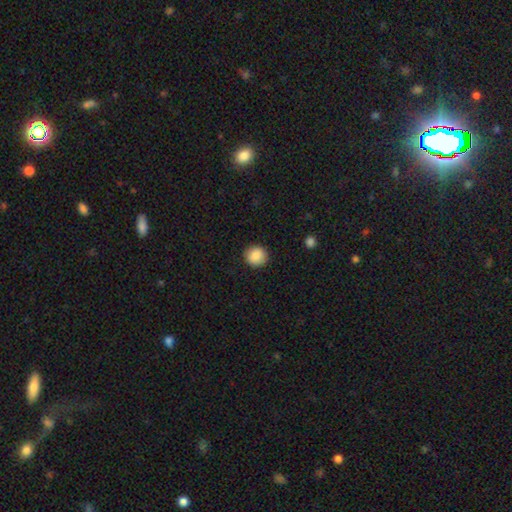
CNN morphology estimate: smooth 88%, star or artifact 8%, featured or disk 4%. Down the decision tree: how rounded — round (90%); merging — none (91%).